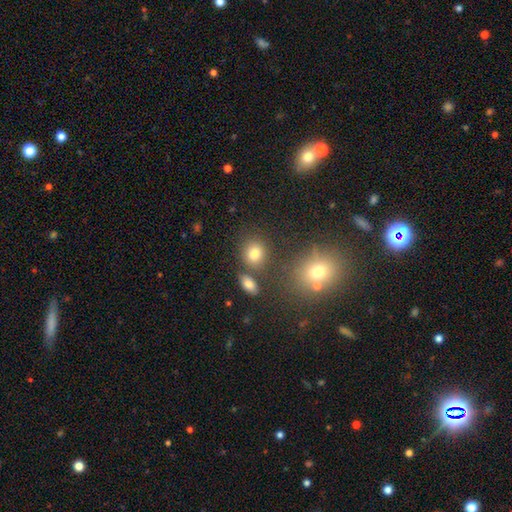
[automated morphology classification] Q: Smooth or featured?
A: smooth (67%); runner-up: star or artifact (23%)
Q: How rounded?
A: round (68%); runner-up: in between (30%)
Q: Merging?
A: none (74%); runner-up: merger (12%)